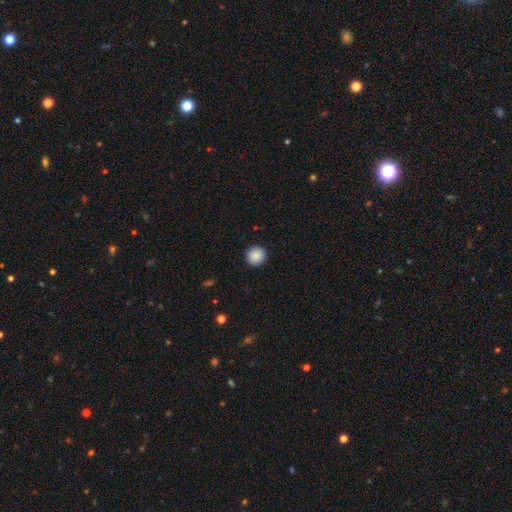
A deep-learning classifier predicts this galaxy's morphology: The model was most divided on "smooth or featured": smooth: 88%, star or artifact: 8%, featured or disk: 3%. More confident: how rounded — round (95%); merging — none (93%).